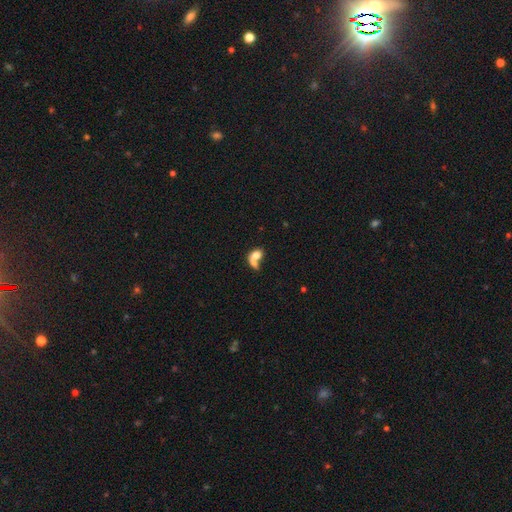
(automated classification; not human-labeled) This is likely a smooth galaxy (72%). How rounded: likely in between (67%). Merging: possibly merger (58%).